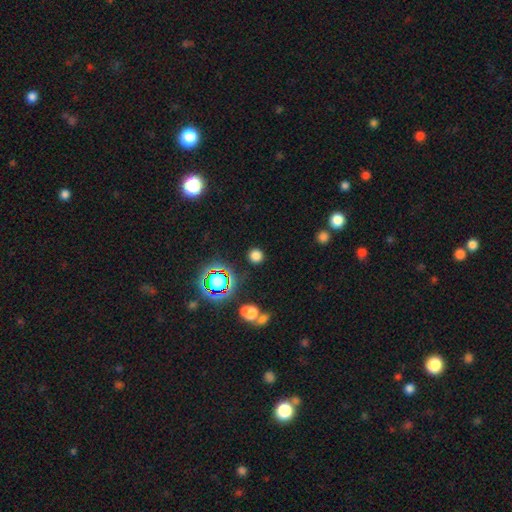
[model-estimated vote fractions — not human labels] Smooth or featured? smooth (73%)
How rounded? round (91%)
Merging? none (87%)